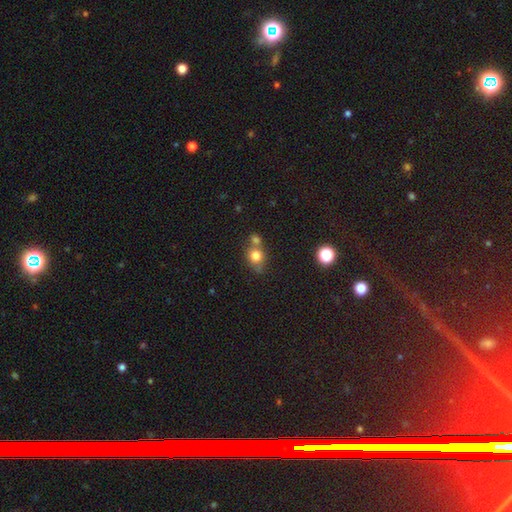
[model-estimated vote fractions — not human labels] Q: Smooth or featured?
A: smooth (78%); runner-up: star or artifact (12%)
Q: How rounded?
A: round (72%); runner-up: in between (27%)
Q: Merging?
A: none (46%); runner-up: merger (37%)